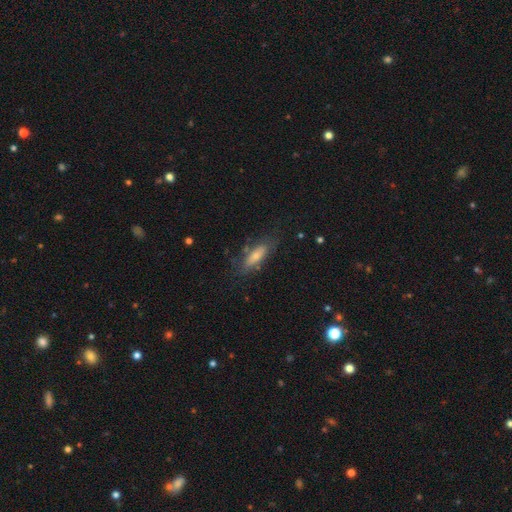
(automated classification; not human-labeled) Smooth or featured: smooth — 54% (featured or disk — 36%)
How rounded: in between — 50% (cigar-shaped — 48%)
Merging: none — 73% (minor disturbance — 19%)